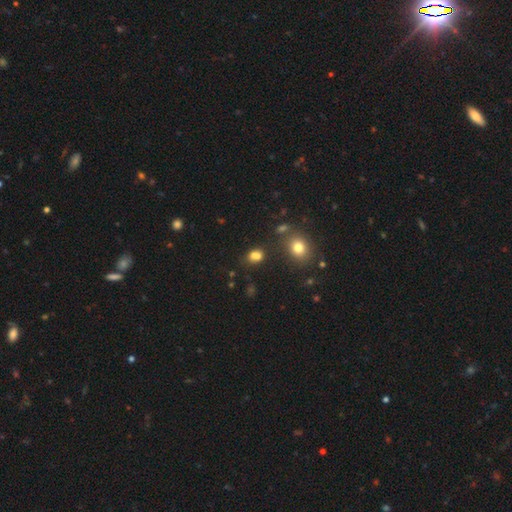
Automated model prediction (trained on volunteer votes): This appears to be a smooth galaxy with no disk features (76%) that is in between round and cigar-shaped (57%). Merging: none (55%).